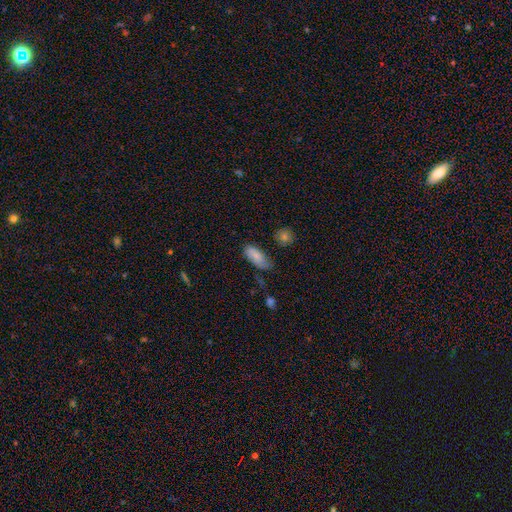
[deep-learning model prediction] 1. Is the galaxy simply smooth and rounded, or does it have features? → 78% smooth, 15% featured or disk, 7% star or artifact.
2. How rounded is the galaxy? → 88% in between, 9% cigar-shaped, 3% round.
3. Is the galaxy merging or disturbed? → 53% none, 34% minor disturbance, 9% major disturbance, 3% merger.